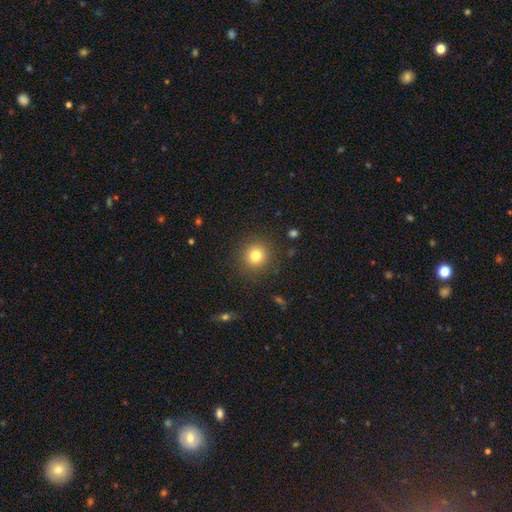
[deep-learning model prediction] Smooth or featured?
  - smooth: 79% *
  - star or artifact: 13%
  - featured or disk: 8%
How rounded?
  - round: 92% *
  - in between: 7%
  - cigar-shaped: 1%
Merging?
  - none: 89% *
  - minor disturbance: 7%
  - major disturbance: 3%
  - merger: 1%